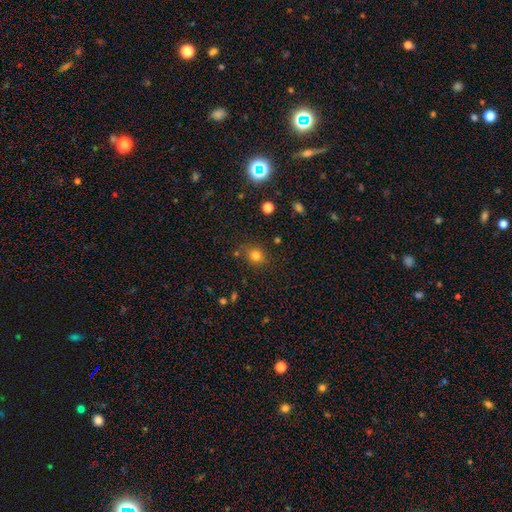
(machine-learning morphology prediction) Smooth or featured? Predicted: smooth (p=0.78). How rounded? Predicted: round (p=0.71). Merging? Predicted: none (p=0.77).